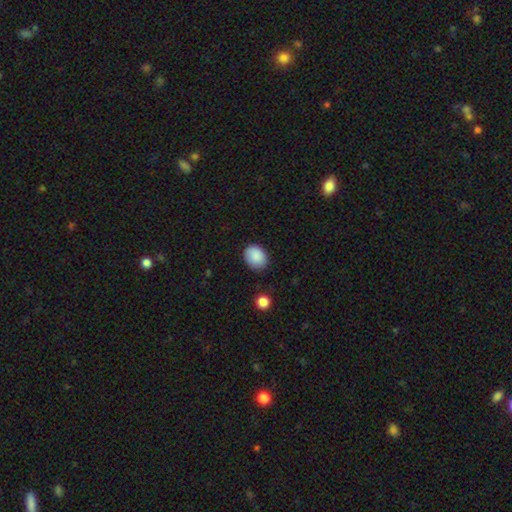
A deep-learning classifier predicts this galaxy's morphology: Smooth or featured?
  - smooth: 89% *
  - star or artifact: 7%
  - featured or disk: 4%
How rounded?
  - in between: 55% *
  - round: 44%
  - cigar-shaped: 1%
Merging?
  - none: 83% *
  - minor disturbance: 13%
  - major disturbance: 3%
  - merger: 2%